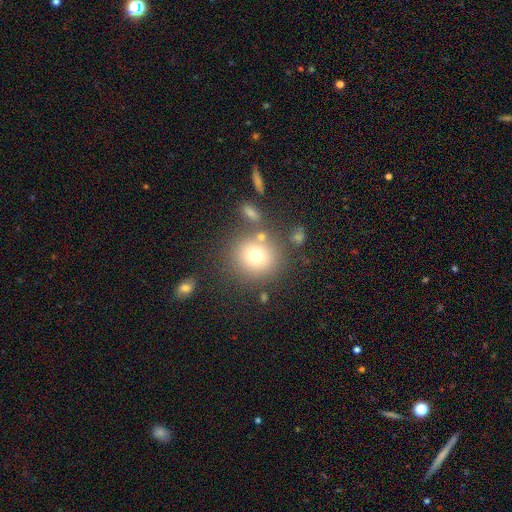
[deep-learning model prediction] Q: Smooth or featured?
A: smooth (72%); runner-up: featured or disk (14%)
Q: How rounded?
A: round (90%); runner-up: in between (9%)
Q: Merging?
A: none (74%); runner-up: minor disturbance (11%)